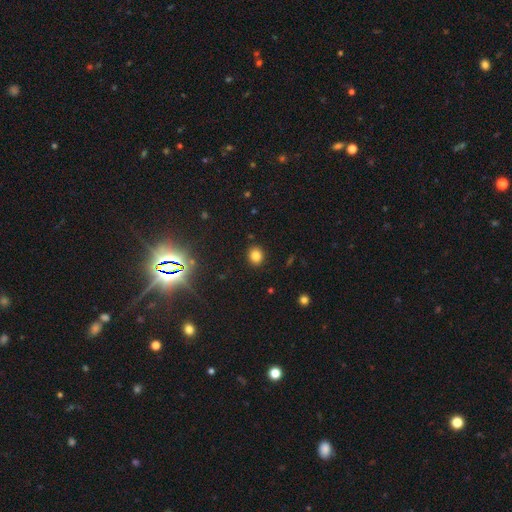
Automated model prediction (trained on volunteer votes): This appears to be a smooth galaxy with no disk features (81%) that is round (75%). Merging: none (90%).